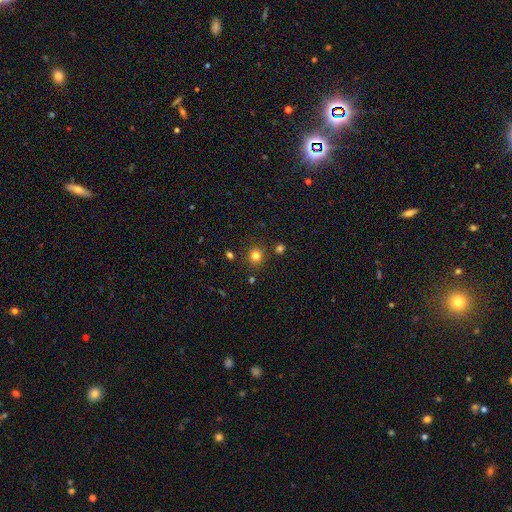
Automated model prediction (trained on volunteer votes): A smooth galaxy with no disk features (79%) that is round (89%). Merging: none (85%).